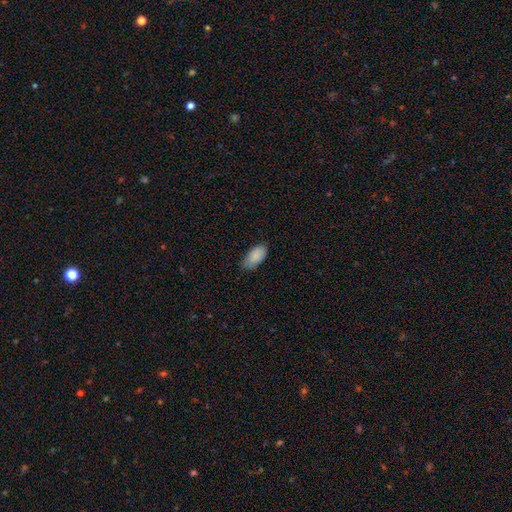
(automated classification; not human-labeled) smooth 88%, star or artifact 7%, featured or disk 5%. Down the decision tree: how rounded — in between (94%); merging — none (69%).